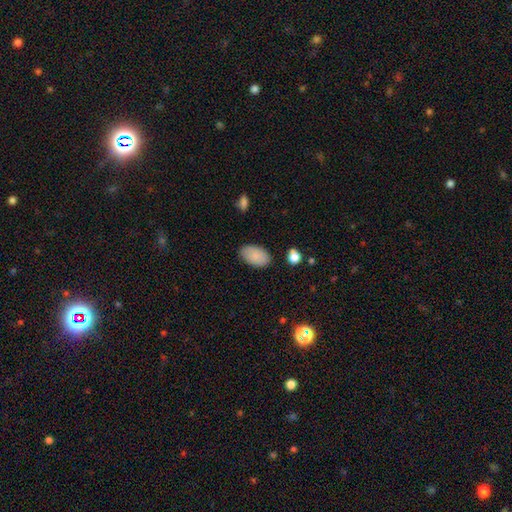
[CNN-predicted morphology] smooth 86%, featured or disk 7%, star or artifact 7%. Down the decision tree: how rounded — in between (94%); merging — none (82%).